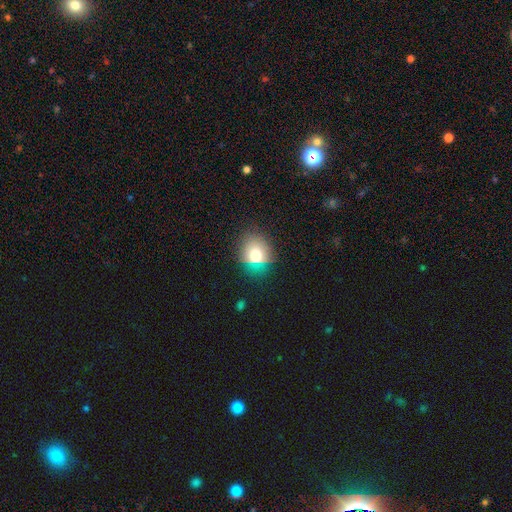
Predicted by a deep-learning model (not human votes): smooth 72%, star or artifact 16%, featured or disk 12%. Down the decision tree: how rounded — round (70%); merging — none (76%).